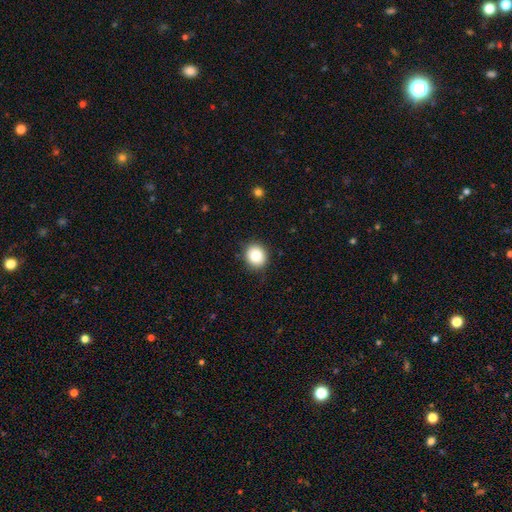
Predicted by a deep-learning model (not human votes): This is clearly a smooth galaxy (85%). How rounded: likely round (77%). Merging: clearly none (89%).